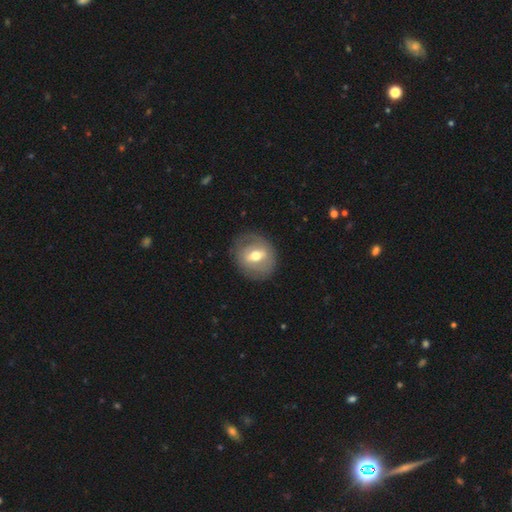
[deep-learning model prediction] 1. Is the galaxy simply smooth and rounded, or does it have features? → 52% featured or disk, 41% smooth, 7% star or artifact.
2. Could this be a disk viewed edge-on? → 92% no, 8% yes.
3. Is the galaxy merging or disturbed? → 80% none, 13% minor disturbance, 6% major disturbance, 1% merger.